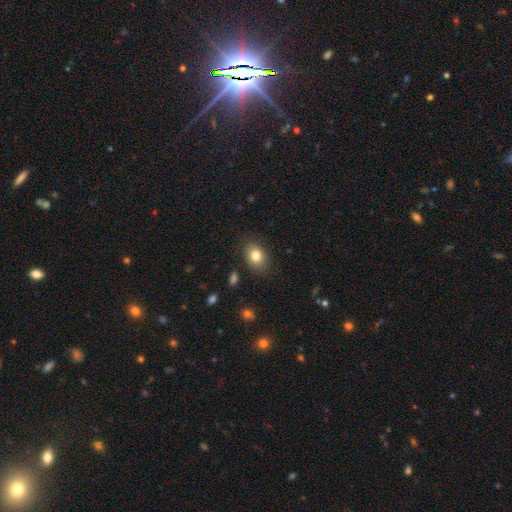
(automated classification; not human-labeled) smooth-or-featured: smooth: 81% | star or artifact: 10% | featured or disk: 9%
  how-rounded: in between: 68% | round: 31% | cigar-shaped: 1%
  merging: none: 85% | minor disturbance: 11% | major disturbance: 3% | merger: 1%